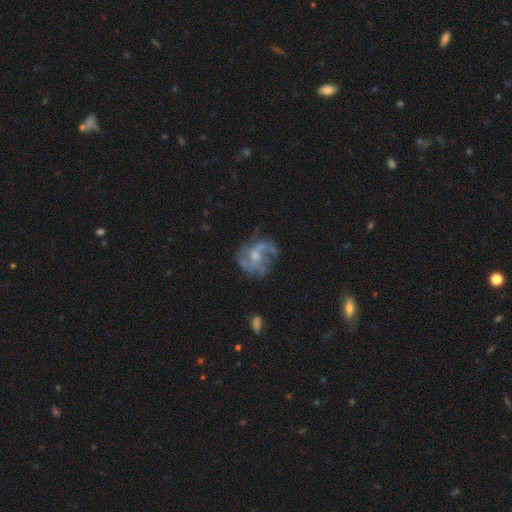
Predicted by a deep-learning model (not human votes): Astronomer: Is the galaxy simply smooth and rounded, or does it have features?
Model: featured or disk — 78%.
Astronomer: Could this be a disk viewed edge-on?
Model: no — 98%.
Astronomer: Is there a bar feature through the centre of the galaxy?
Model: no — 64%.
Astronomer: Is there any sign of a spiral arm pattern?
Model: yes — 85%.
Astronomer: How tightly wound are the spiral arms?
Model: medium — 46% (runner-up: loose, 34%).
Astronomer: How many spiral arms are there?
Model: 3 — 30% (runner-up: 2, 26%).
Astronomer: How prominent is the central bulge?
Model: moderate — 44% (runner-up: small, 42%).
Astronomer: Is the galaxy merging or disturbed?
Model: none — 58%.